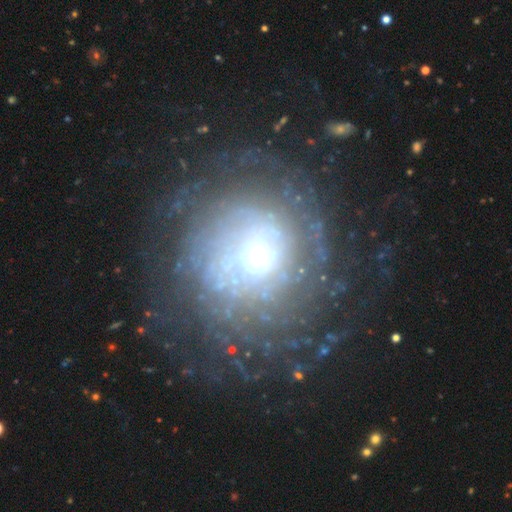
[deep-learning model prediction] smooth-or-featured: featured or disk: 75% | smooth: 14% | star or artifact: 11%
  disk-edge-on: no: 97% | yes: 3%
    bar: no: 70% | weak: 24% | strong: 7%
    has-spiral-arms: yes: 77% | no: 23%
      spiral-winding: tight: 68% | medium: 21% | loose: 12%
      spiral-arm-count: can't tell: 53% | more than 4: 17% | 4: 8% | 2: 8% | 3: 7% | 1: 6%
    bulge-size: small: 56% | moderate: 32% | large: 7% | none: 3% | dominant: 2%
  merging: none: 71% | minor disturbance: 15% | major disturbance: 12% | merger: 2%